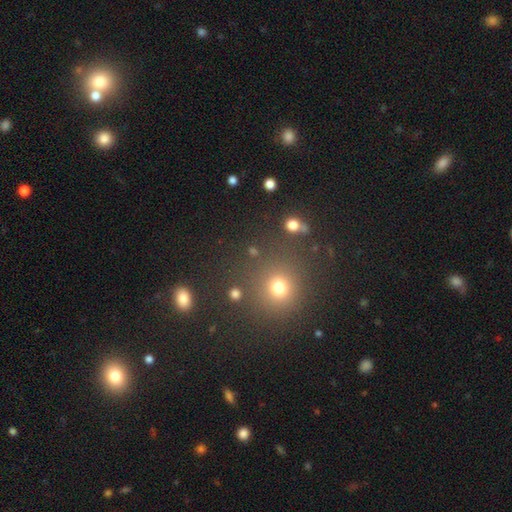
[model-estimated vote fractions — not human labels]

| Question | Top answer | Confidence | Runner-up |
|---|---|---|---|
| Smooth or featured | smooth | 58% | star or artifact (35%) |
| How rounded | round | 91% | in between (8%) |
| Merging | none | 83% | minor disturbance (8%) |